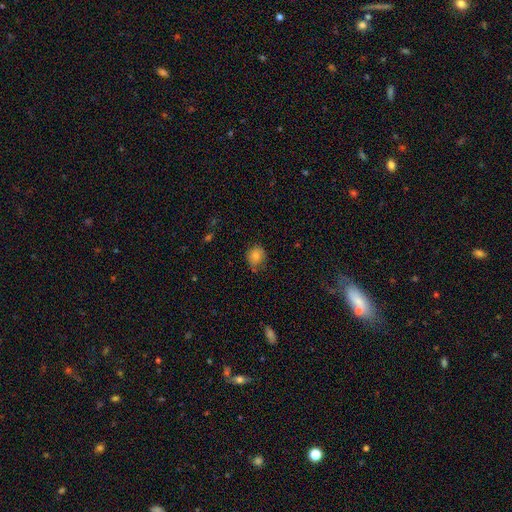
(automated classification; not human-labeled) Smooth or featured? smooth (78%)
How rounded? round (79%)
Merging? none (72%)